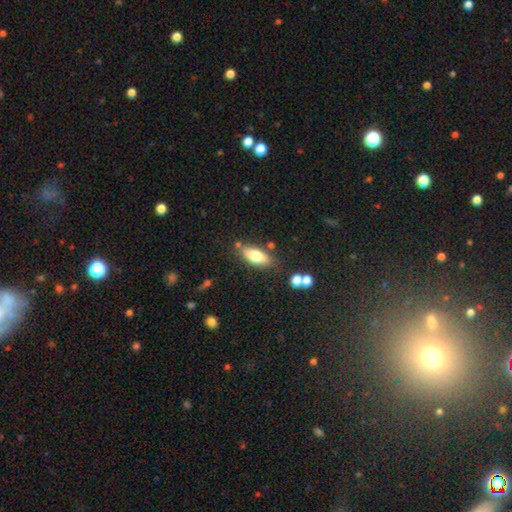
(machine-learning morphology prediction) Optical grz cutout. It shows a smooth galaxy with no disk features (74%) that is in between round and cigar-shaped (78%). Merging: none (75%).